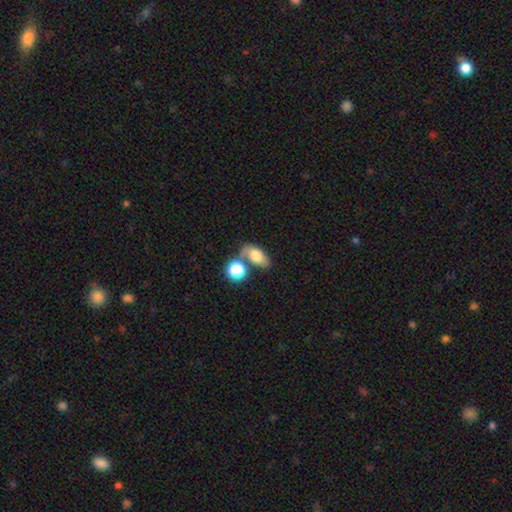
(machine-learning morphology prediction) smooth 73%, featured or disk 18%, star or artifact 9%. Down the decision tree: how rounded — in between (83%); merging — none (50%).